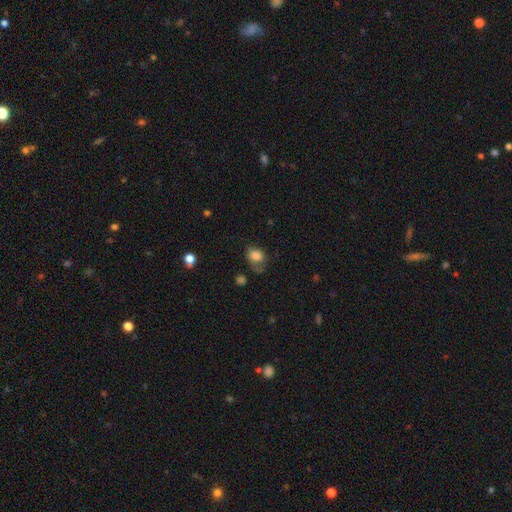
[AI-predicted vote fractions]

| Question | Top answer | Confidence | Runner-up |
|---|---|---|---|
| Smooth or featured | smooth | 78% | featured or disk (12%) |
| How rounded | in between | 59% | round (40%) |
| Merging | none | 40% | minor disturbance (32%) |